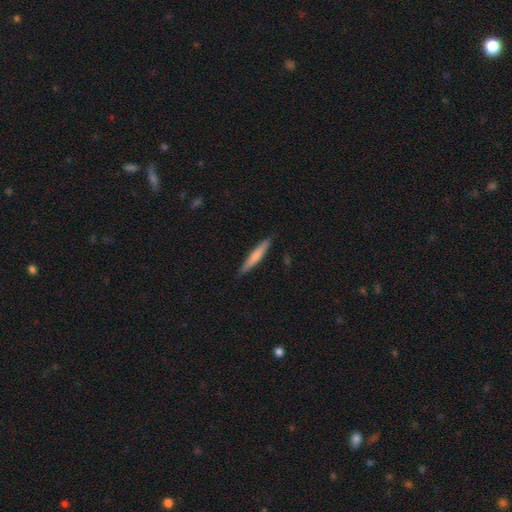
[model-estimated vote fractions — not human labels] This is likely a smooth galaxy (67%). How rounded: clearly cigar-shaped (94%). Merging: clearly none (89%).